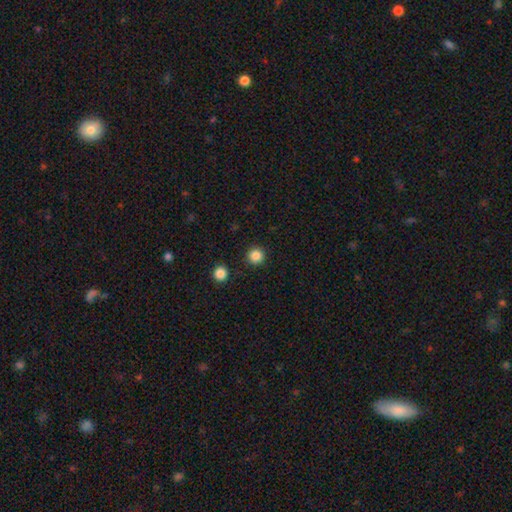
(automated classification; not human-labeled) Smooth or featured: smooth — 86% (star or artifact — 11%)
How rounded: round — 96% (in between — 3%)
Merging: none — 92% (minor disturbance — 5%)